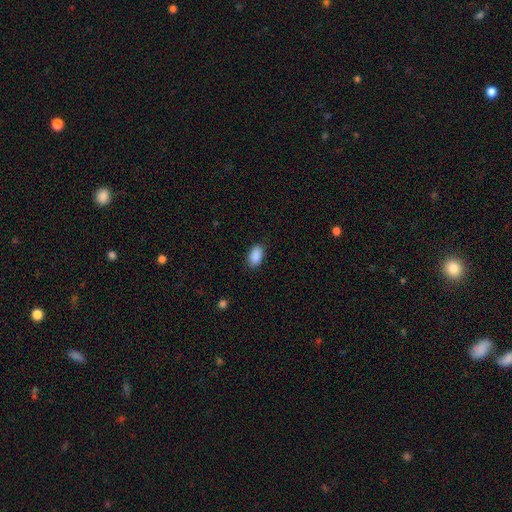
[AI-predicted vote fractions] This is clearly a smooth galaxy (90%). How rounded: clearly in between (93%). Merging: clearly none (86%).